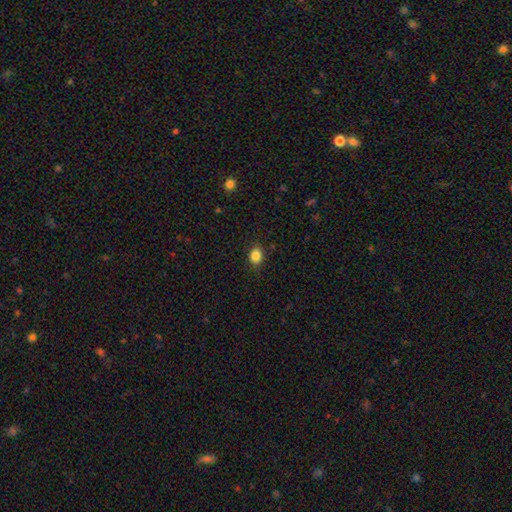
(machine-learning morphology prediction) This is clearly a smooth galaxy (85%). How rounded: possibly in between (55%). Merging: clearly none (87%).